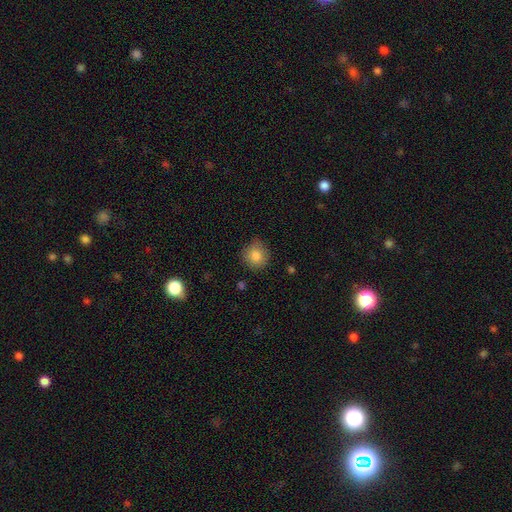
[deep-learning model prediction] The model was most divided on "merging": none: 82%, minor disturbance: 14%, major disturbance: 3%, merger: 1%. More confident: how rounded — round (89%); smooth or featured — smooth (84%).